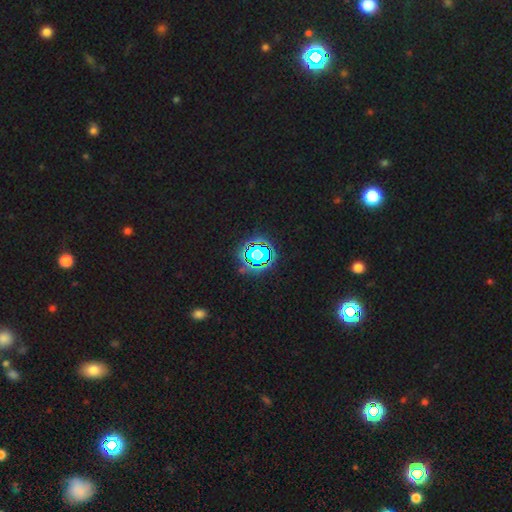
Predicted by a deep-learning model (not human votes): A star or artifact, not a galaxy (69%).